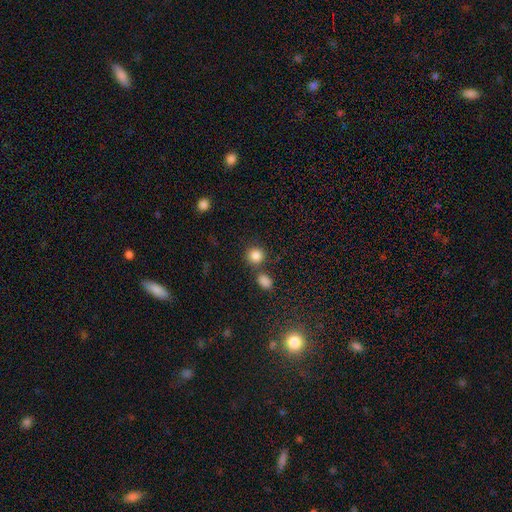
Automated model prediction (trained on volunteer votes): Smooth or featured?
  - smooth: 85% *
  - star or artifact: 11%
  - featured or disk: 5%
How rounded?
  - round: 87% *
  - in between: 12%
  - cigar-shaped: 1%
Merging?
  - none: 70% *
  - merger: 18%
  - minor disturbance: 9%
  - major disturbance: 4%